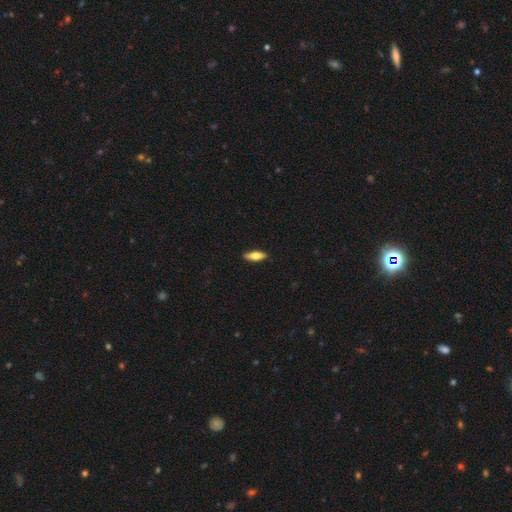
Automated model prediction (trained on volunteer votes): Q: Smooth or featured?
A: smooth (65%); runner-up: featured or disk (29%)
Q: How rounded?
A: in between (55%); runner-up: cigar-shaped (42%)
Q: Merging?
A: none (89%); runner-up: minor disturbance (9%)